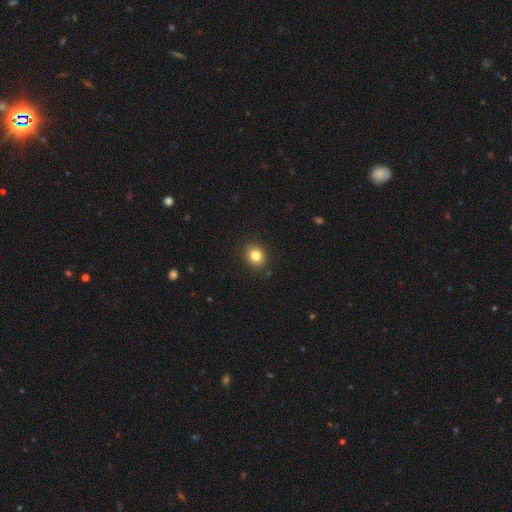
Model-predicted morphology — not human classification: This appears to be a smooth galaxy with no disk features (81%) that is round (69%). Merging: none (90%).